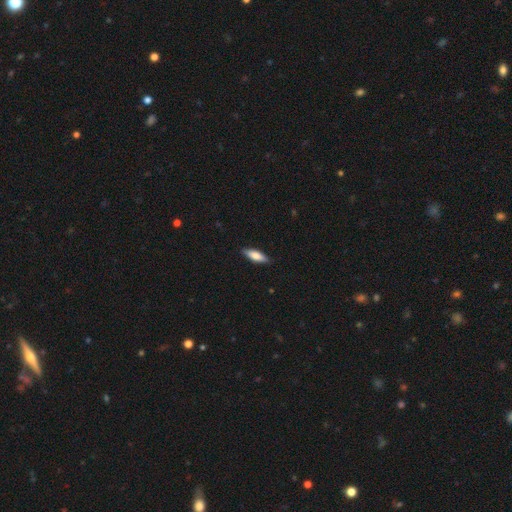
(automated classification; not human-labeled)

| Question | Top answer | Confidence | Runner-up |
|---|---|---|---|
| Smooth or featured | smooth | 73% | featured or disk (22%) |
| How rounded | in between | 53% | cigar-shaped (45%) |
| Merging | none | 88% | minor disturbance (10%) |